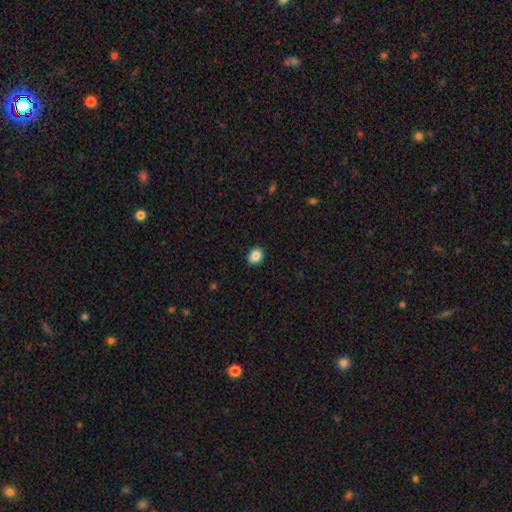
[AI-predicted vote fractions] smooth-or-featured: smooth: 86% | star or artifact: 10% | featured or disk: 5%
  how-rounded: round: 62% | in between: 37% | cigar-shaped: 1%
  merging: none: 88% | minor disturbance: 9% | major disturbance: 2% | merger: 1%